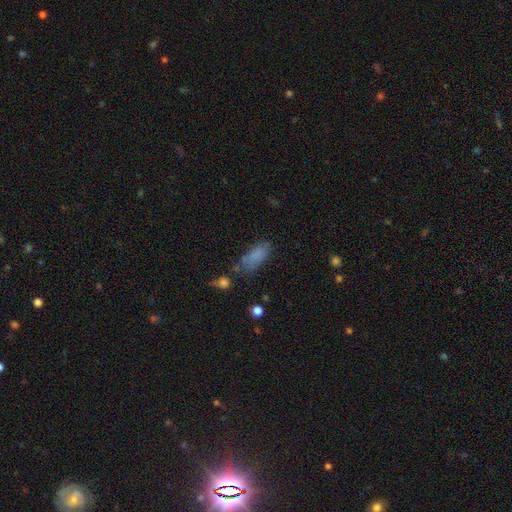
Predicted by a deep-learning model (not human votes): Morphology: type=smooth (82%); roundness=in between (80%); merging=none (61%).